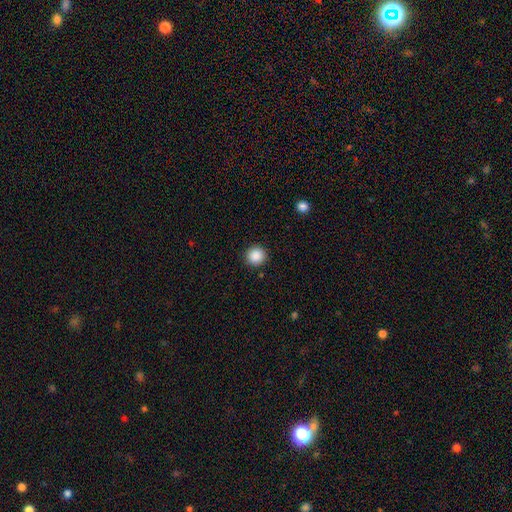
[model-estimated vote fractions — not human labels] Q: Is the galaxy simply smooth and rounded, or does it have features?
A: smooth — 88%.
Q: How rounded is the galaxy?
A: round — 94%.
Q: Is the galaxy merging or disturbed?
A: none — 92%.